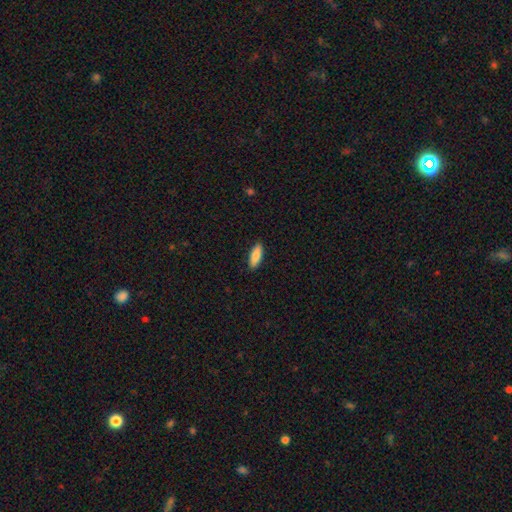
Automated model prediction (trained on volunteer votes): A smooth galaxy with no disk features (86%) that is in between round and cigar-shaped (66%). Merging: none (90%).